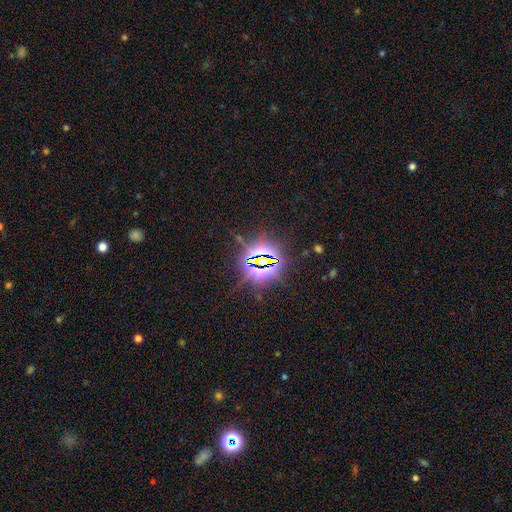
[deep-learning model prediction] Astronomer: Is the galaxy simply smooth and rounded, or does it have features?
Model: star or artifact — 83%.